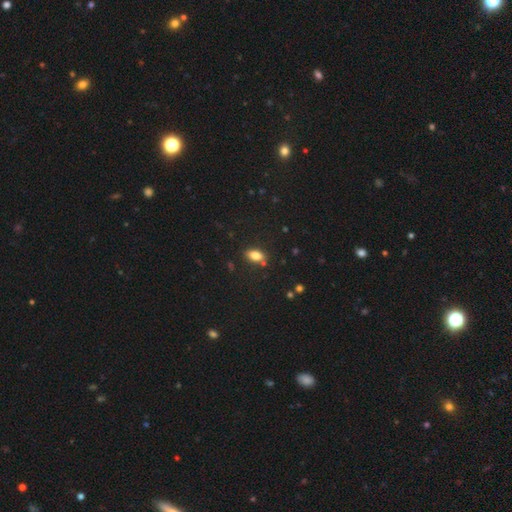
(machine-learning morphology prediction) A smooth galaxy with no disk features (81%) that is in between round and cigar-shaped (87%).

Vote fractions:
- Smooth or featured? smooth: 81% / star or artifact: 10% / featured or disk: 9%
- How rounded? in between: 87% / round: 8% / cigar-shaped: 5%
- Merging? none: 81% / minor disturbance: 12% / merger: 4% / major disturbance: 3%